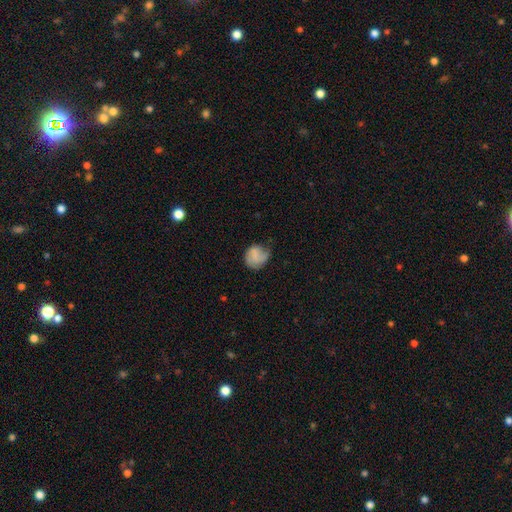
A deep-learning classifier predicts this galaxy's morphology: Smooth or featured? Predicted: smooth (p=0.64). How rounded? Predicted: round (p=0.67). Merging? Predicted: none (p=0.50).